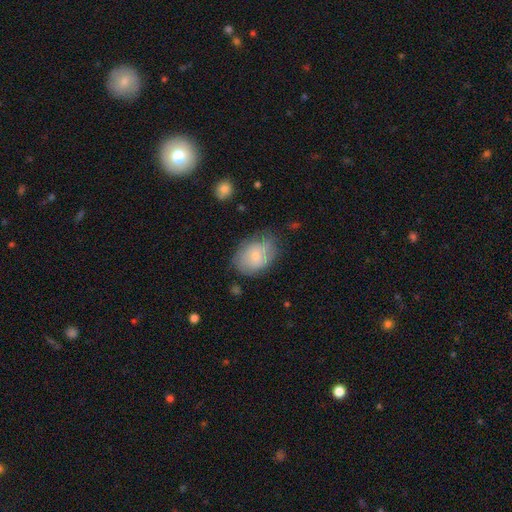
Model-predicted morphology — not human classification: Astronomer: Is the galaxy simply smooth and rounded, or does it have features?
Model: smooth — 63%.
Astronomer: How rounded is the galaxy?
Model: in between — 76%.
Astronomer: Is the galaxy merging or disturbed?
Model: none — 63%.